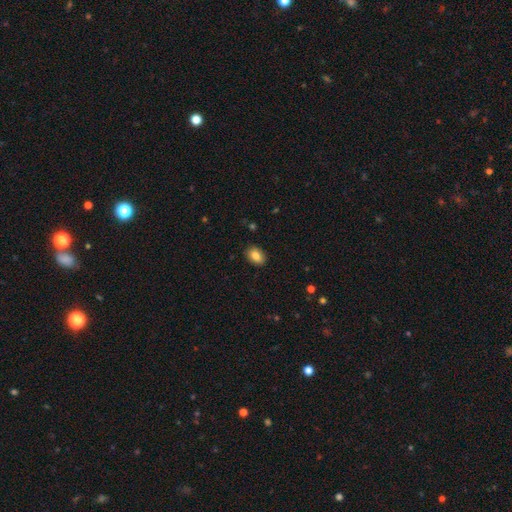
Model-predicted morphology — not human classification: This appears to be a smooth galaxy with no disk features (84%) that is in between round and cigar-shaped (80%). Merging: none (88%).